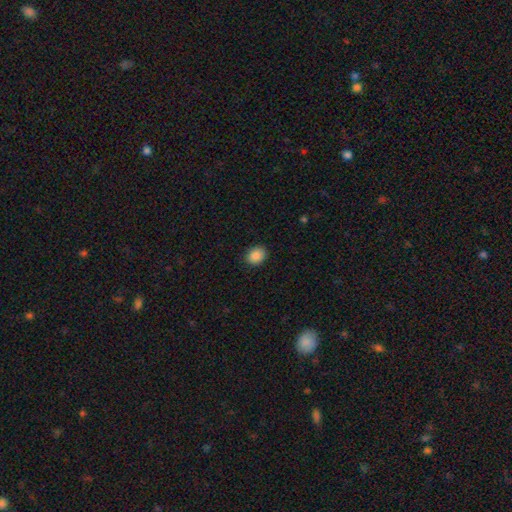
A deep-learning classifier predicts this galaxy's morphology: Smooth or featured? Predicted: smooth (p=0.87). How rounded? Predicted: in between (p=0.55). Merging? Predicted: none (p=0.89).